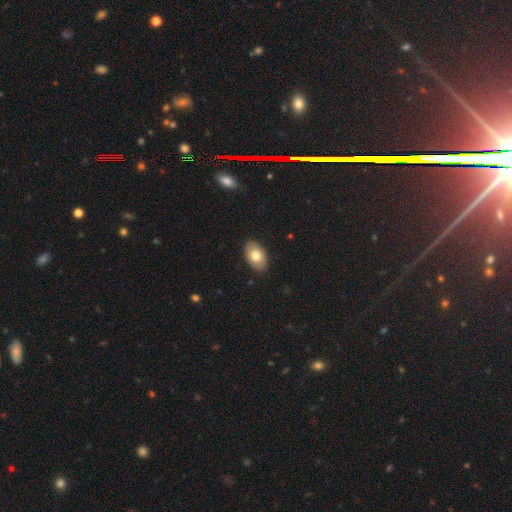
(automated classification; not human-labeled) smooth 77%, featured or disk 16%, star or artifact 7%. Down the decision tree: how rounded — in between (92%); merging — none (88%).